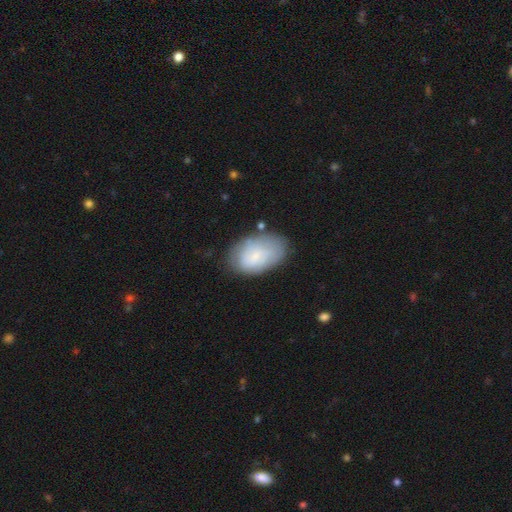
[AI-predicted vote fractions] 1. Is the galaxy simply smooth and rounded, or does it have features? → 71% smooth, 22% featured or disk, 7% star or artifact.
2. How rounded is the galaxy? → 92% in between, 7% round, 1% cigar-shaped.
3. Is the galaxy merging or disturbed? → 66% none, 23% minor disturbance, 7% major disturbance, 3% merger.